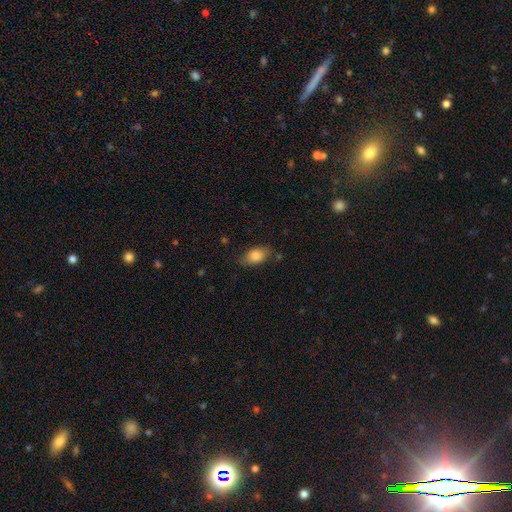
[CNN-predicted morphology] Smooth or featured? smooth (83%)
How rounded? in between (86%)
Merging? none (73%)